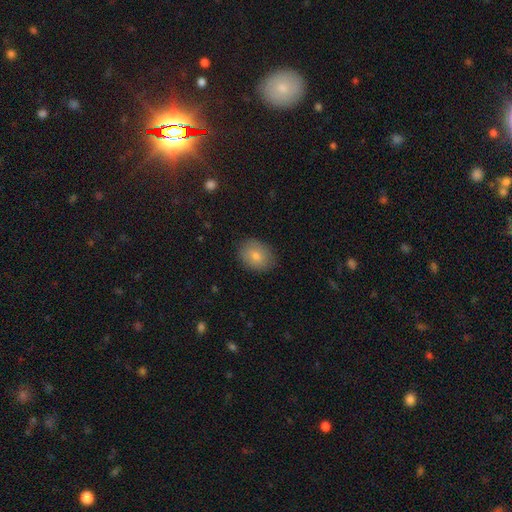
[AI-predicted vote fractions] Smooth or featured? Predicted: smooth (p=0.81). How rounded? Predicted: in between (p=0.53). Merging? Predicted: none (p=0.84).